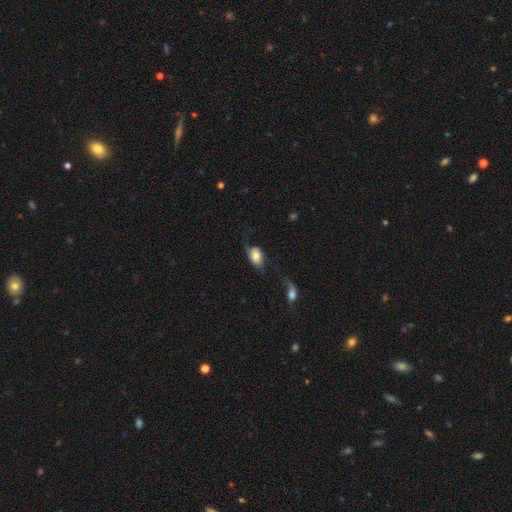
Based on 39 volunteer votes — A smooth galaxy with no disk features (49%) that is in between round and cigar-shaped (89%). Merging: merger (47%).